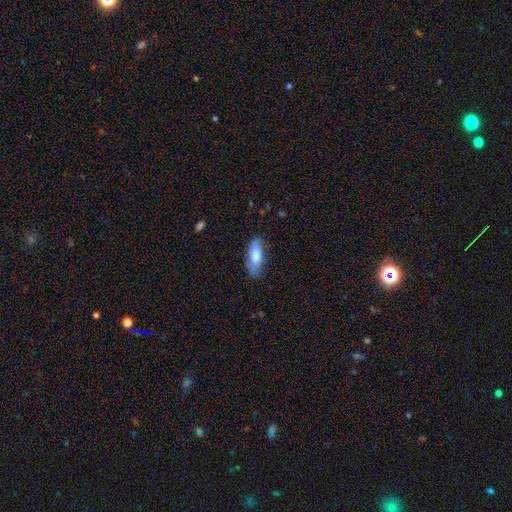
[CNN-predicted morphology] Smooth or featured? Predicted: smooth (p=0.72). How rounded? Predicted: in between (p=0.77). Merging? Predicted: none (p=0.75).